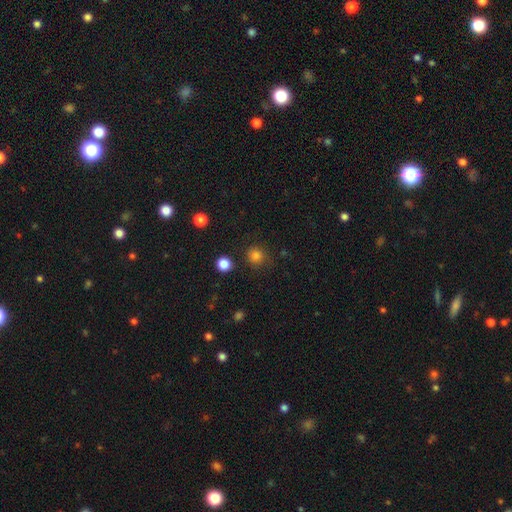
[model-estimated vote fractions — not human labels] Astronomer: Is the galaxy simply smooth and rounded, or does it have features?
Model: smooth — 82%.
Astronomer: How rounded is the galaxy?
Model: round — 91%.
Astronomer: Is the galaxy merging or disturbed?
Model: none — 83%.